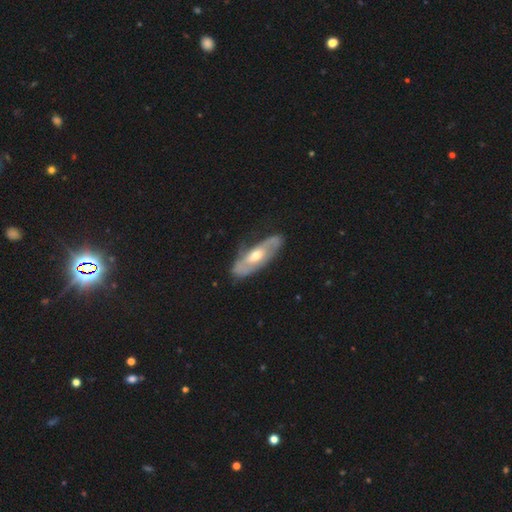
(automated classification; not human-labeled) Smooth or featured: featured or disk — 70% (smooth — 25%)
Edge-on disk: no — 81% (yes — 19%)
Bar: no — 56% (weak — 34%)
Spiral arms: yes — 75% (no — 25%)
Bulge size: moderate — 71% (small — 18%)
Merging: none — 70% (minor disturbance — 21%)